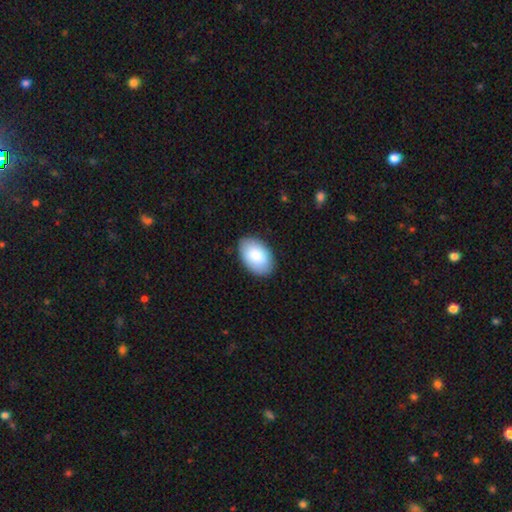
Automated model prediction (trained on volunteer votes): Smooth or featured?
  - smooth: 86% *
  - featured or disk: 9%
  - star or artifact: 5%
How rounded?
  - in between: 93% *
  - round: 6%
  - cigar-shaped: 1%
Merging?
  - none: 87% *
  - minor disturbance: 10%
  - major disturbance: 2%
  - merger: 1%